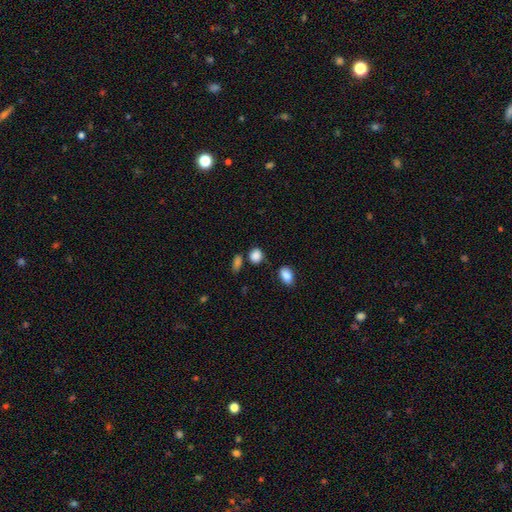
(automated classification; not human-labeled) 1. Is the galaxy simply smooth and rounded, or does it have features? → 86% smooth, 10% star or artifact, 4% featured or disk.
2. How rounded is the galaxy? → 65% round, 33% in between, 2% cigar-shaped.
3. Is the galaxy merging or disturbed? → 72% none, 15% minor disturbance, 9% merger, 4% major disturbance.